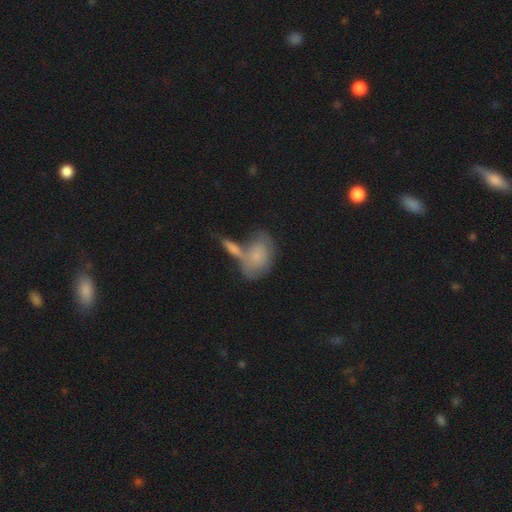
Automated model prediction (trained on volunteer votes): This is likely a smooth galaxy (68%). How rounded: clearly in between (84%). Merging: marginally merger (45%).